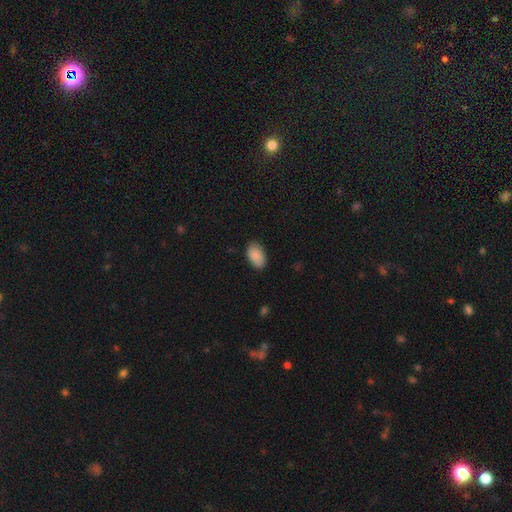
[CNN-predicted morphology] Smooth or featured?
  - smooth: 89% *
  - star or artifact: 6%
  - featured or disk: 4%
How rounded?
  - in between: 93% *
  - round: 6%
  - cigar-shaped: 1%
Merging?
  - none: 84% *
  - minor disturbance: 13%
  - major disturbance: 2%
  - merger: 1%